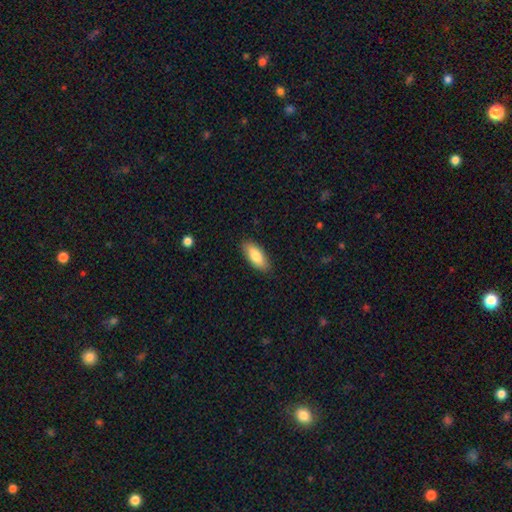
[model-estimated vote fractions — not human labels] Smooth or featured?
  - smooth: 80% *
  - featured or disk: 14%
  - star or artifact: 6%
How rounded?
  - in between: 79% *
  - cigar-shaped: 19%
  - round: 2%
Merging?
  - none: 88% *
  - minor disturbance: 9%
  - major disturbance: 2%
  - merger: 1%